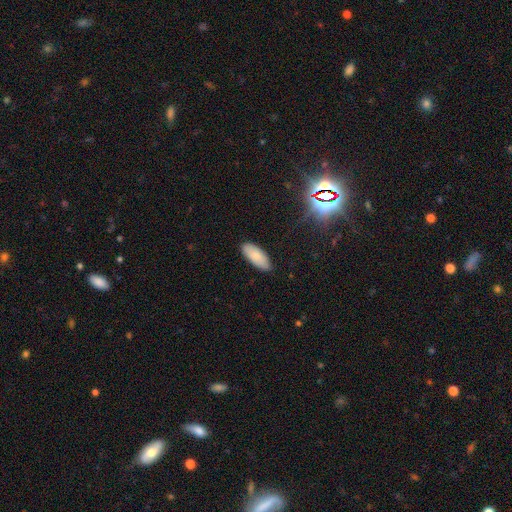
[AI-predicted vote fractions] Smooth or featured? Predicted: smooth (p=0.84). How rounded? Predicted: in between (p=0.85). Merging? Predicted: none (p=0.86).